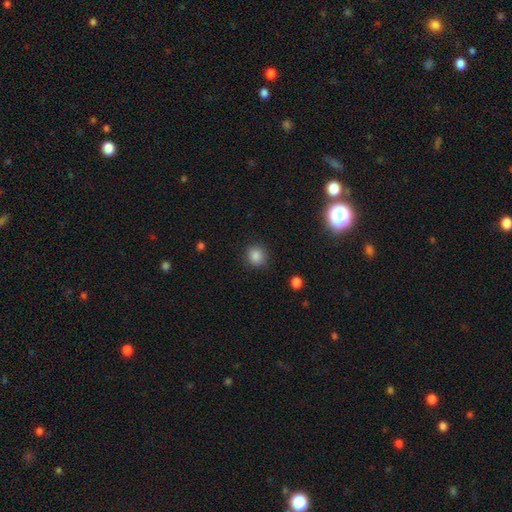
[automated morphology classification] Smooth or featured? Predicted: smooth (p=0.85). How rounded? Predicted: round (p=0.87). Merging? Predicted: none (p=0.88).